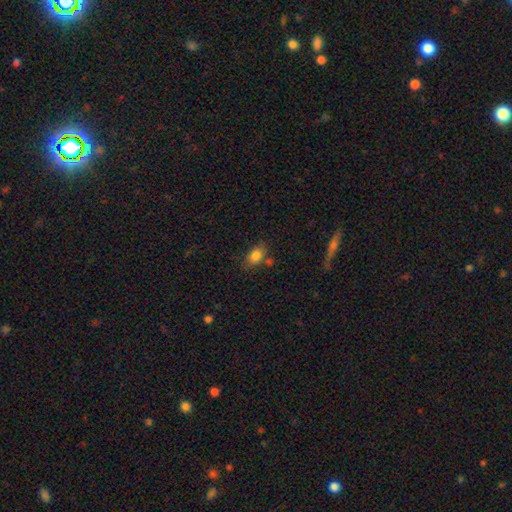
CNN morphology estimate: smooth 83%, star or artifact 9%, featured or disk 8%. Down the decision tree: how rounded — in between (82%); merging — none (68%).